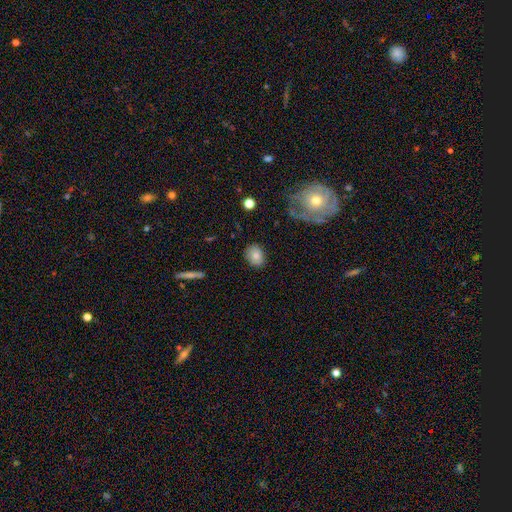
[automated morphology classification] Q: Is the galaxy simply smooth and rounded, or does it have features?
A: smooth — 82%.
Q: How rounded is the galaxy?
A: in between — 55%.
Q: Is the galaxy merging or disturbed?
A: none — 84%.